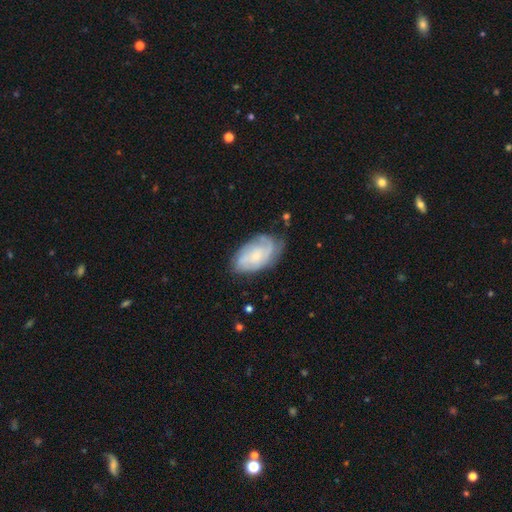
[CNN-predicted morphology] Smooth or featured?
  - featured or disk: 66% *
  - smooth: 28%
  - star or artifact: 6%
Edge-on disk?
  - no: 96% *
  - yes: 4%
Bar?
  - no: 69% *
  - weak: 27%
  - strong: 4%
Spiral arms?
  - yes: 88% *
  - no: 12%
Spiral winding?
  - tight: 50% *
  - medium: 36%
  - loose: 14%
Spiral arm count?
  - can't tell: 40% *
  - 2: 27%
  - 3: 18%
  - 1: 6%
  - 4: 6%
  - more than 4: 3%
Bulge size?
  - small: 61% *
  - moderate: 28%
  - none: 8%
  - large: 2%
  - dominant: 1%
Merging?
  - none: 63% *
  - minor disturbance: 26%
  - major disturbance: 10%
  - merger: 2%